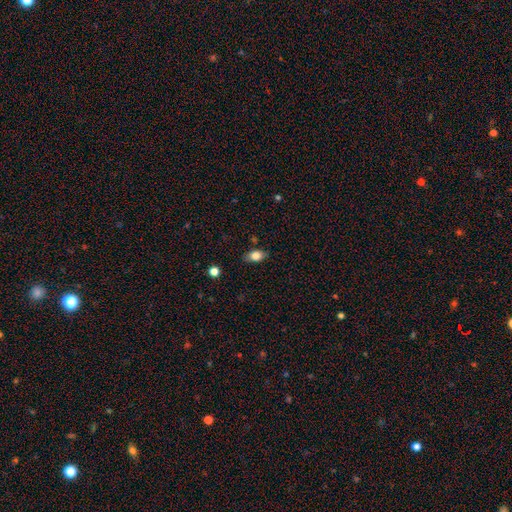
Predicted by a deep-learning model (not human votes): This is clearly a smooth galaxy (82%). How rounded: clearly in between (87%). Merging: clearly none (82%).